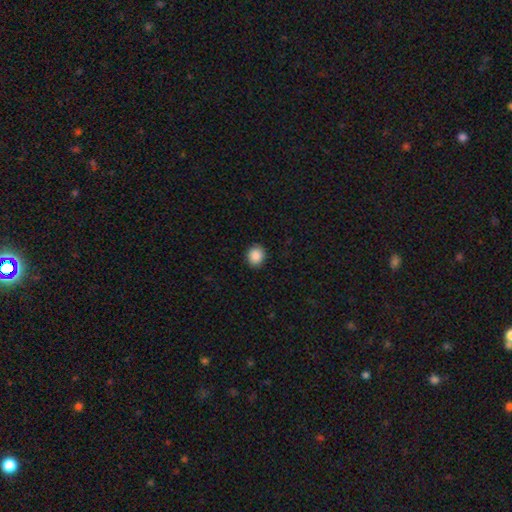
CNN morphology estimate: type=smooth (88%); roundness=round (77%); merging=none (91%).